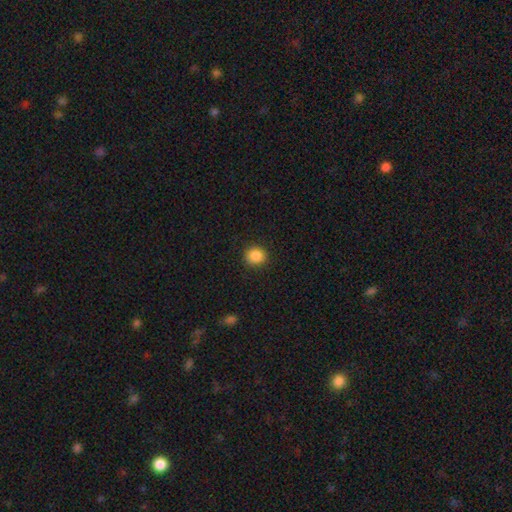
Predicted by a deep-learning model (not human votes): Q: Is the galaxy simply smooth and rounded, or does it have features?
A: smooth — 87%.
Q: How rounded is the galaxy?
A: round — 85%.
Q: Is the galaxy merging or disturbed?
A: none — 90%.